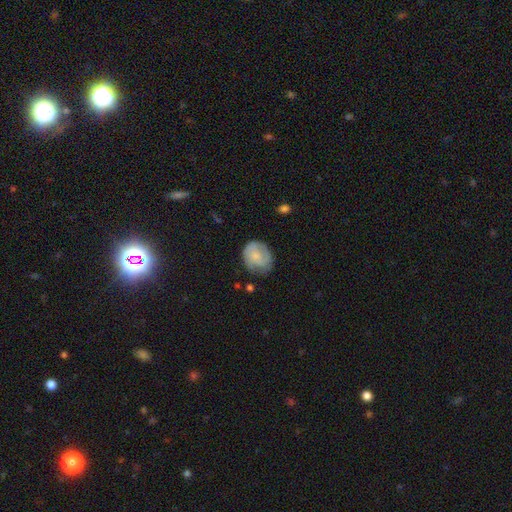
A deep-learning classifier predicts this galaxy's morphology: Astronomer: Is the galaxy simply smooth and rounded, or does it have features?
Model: smooth — 59% (runner-up: featured or disk, 34%).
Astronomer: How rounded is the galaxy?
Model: round — 62% (runner-up: in between, 37%).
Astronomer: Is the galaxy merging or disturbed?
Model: none — 62%.